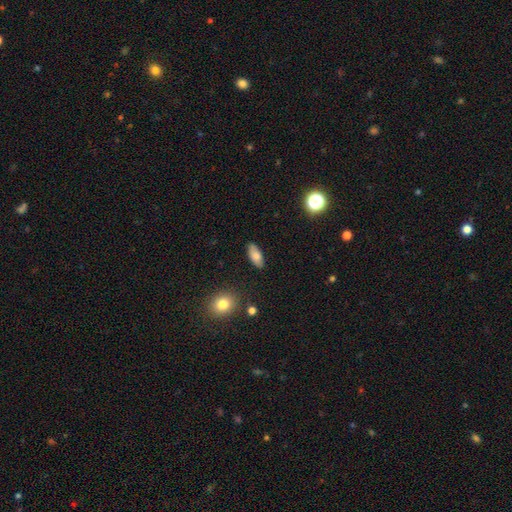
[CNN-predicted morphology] The model was most divided on "smooth or featured": smooth: 80%, featured or disk: 12%, star or artifact: 7%. More confident: merging — none (86%); how rounded — in between (84%).